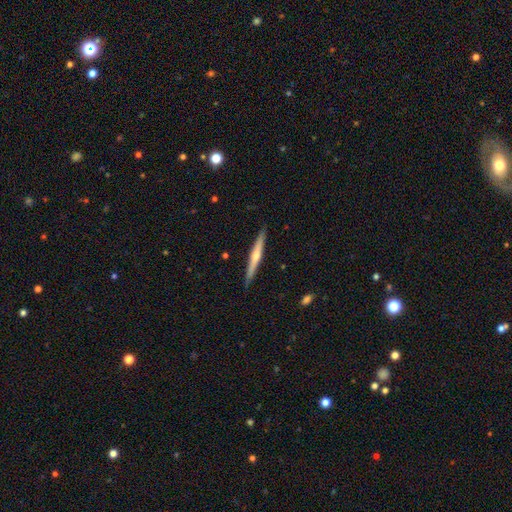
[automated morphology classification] smooth-or-featured: featured or disk: 68% | smooth: 26% | star or artifact: 6%
  disk-edge-on: yes: 98% | no: 2%
    edge-on-bulge: rounded: 79% | none: 17% | boxy: 4%
  merging: none: 92% | minor disturbance: 6% | major disturbance: 1% | merger: 1%